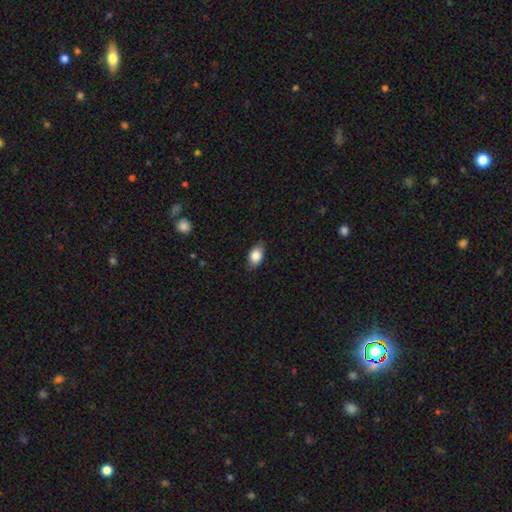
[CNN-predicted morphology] Smooth or featured? smooth (83%)
How rounded? in between (85%)
Merging? none (82%)